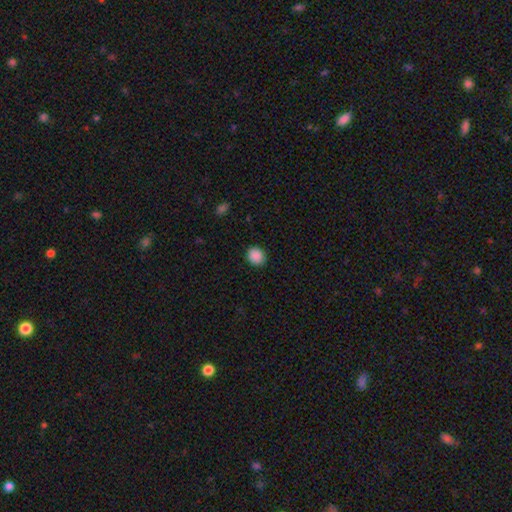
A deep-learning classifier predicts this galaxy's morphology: This appears to be a smooth galaxy with no disk features (89%) that is round (76%). Merging: none (90%).